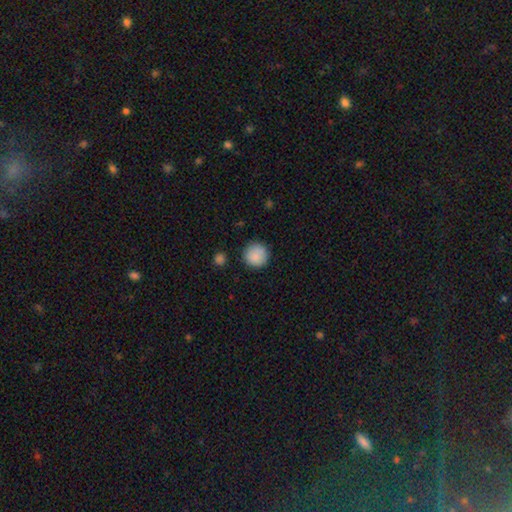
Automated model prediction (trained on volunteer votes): smooth_or_featured: smooth (p=0.88) [alt: star or artifact p=0.08]
how_rounded: round (p=0.94) [alt: in between p=0.05]
merging: none (p=0.86) [alt: minor disturbance p=0.10]